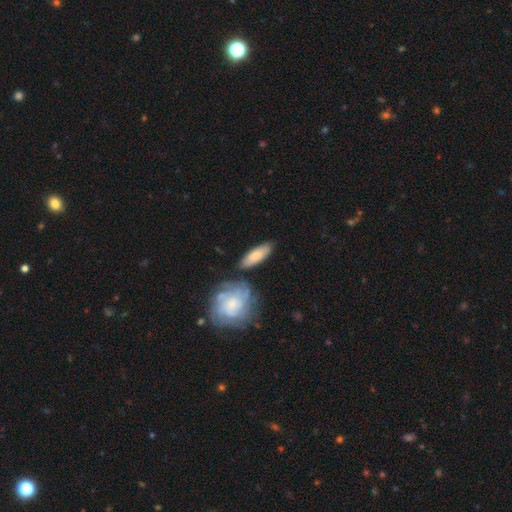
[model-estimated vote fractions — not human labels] Smooth or featured?
  - smooth: 70% *
  - featured or disk: 25%
  - star or artifact: 6%
How rounded?
  - in between: 64% *
  - cigar-shaped: 34%
  - round: 3%
Merging?
  - none: 75% *
  - minor disturbance: 14%
  - merger: 8%
  - major disturbance: 4%